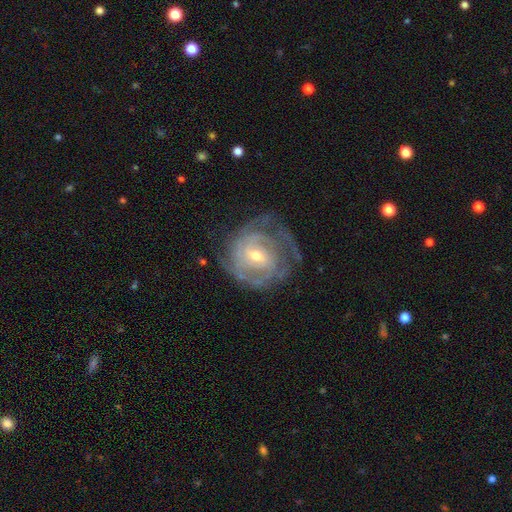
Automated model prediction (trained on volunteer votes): smooth-or-featured: featured or disk: 85% | smooth: 10% | star or artifact: 6%
  disk-edge-on: no: 97% | yes: 3%
    bar: weak: 46% | no: 41% | strong: 13%
    has-spiral-arms: yes: 93% | no: 7%
      spiral-winding: tight: 66% | medium: 26% | loose: 8%
      spiral-arm-count: can't tell: 38% | 2: 25% | 3: 18% | 4: 8% | 1: 6% | more than 4: 5%
    bulge-size: moderate: 49% | small: 47% | large: 2% | none: 1% | dominant: 1%
  merging: none: 64% | minor disturbance: 21% | major disturbance: 14% | merger: 1%